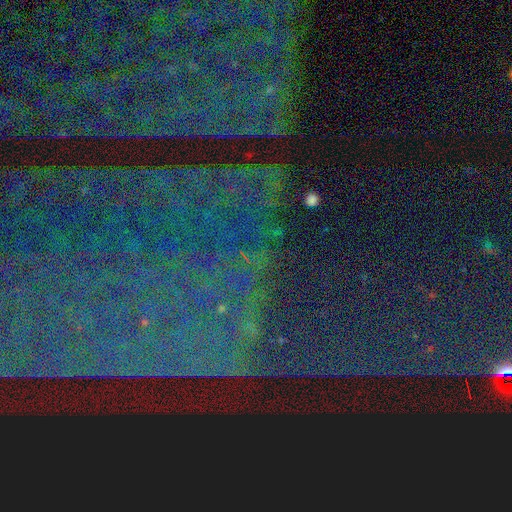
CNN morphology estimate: Smooth or featured? star or artifact (86%)